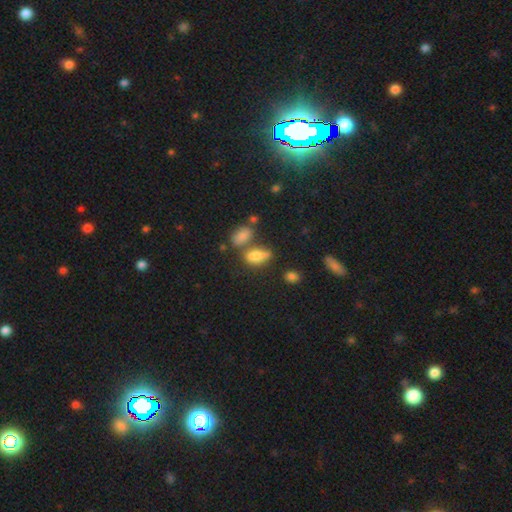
Morphology: type=smooth (82%); roundness=in between (65%); merging=none (49%).